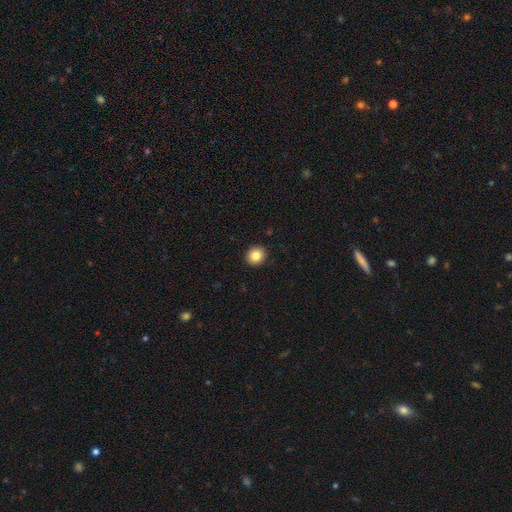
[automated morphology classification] Q: Smooth or featured?
A: smooth (84%); runner-up: star or artifact (10%)
Q: How rounded?
A: round (88%); runner-up: in between (11%)
Q: Merging?
A: none (92%); runner-up: minor disturbance (5%)